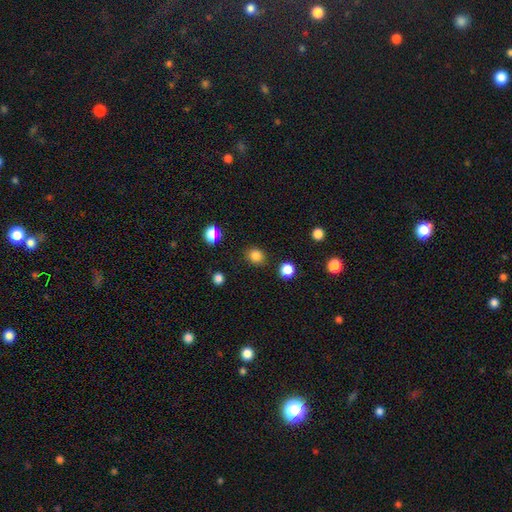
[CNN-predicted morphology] This is clearly a smooth galaxy (82%). How rounded: likely round (73%). Merging: clearly none (86%).